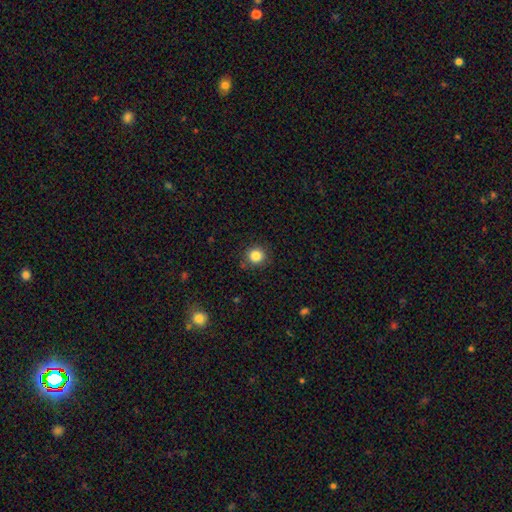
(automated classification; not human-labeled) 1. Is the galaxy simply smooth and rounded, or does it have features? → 84% smooth, 11% star or artifact, 4% featured or disk.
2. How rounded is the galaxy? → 92% round, 7% in between, 1% cigar-shaped.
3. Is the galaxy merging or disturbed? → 87% none, 9% minor disturbance, 3% major disturbance, 2% merger.